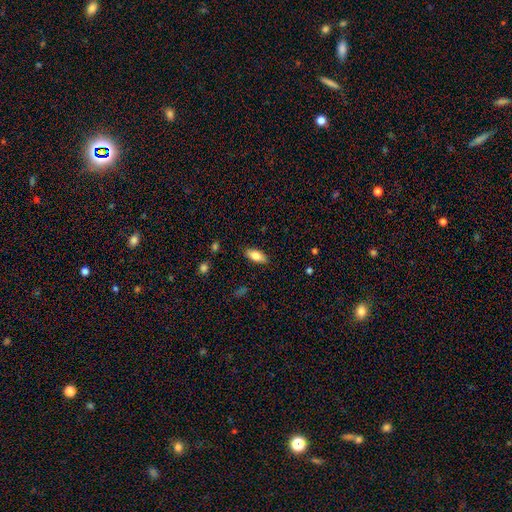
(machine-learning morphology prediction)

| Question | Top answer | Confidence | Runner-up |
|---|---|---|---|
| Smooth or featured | smooth | 82% | featured or disk (11%) |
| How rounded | in between | 86% | cigar-shaped (12%) |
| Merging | none | 85% | minor disturbance (11%) |